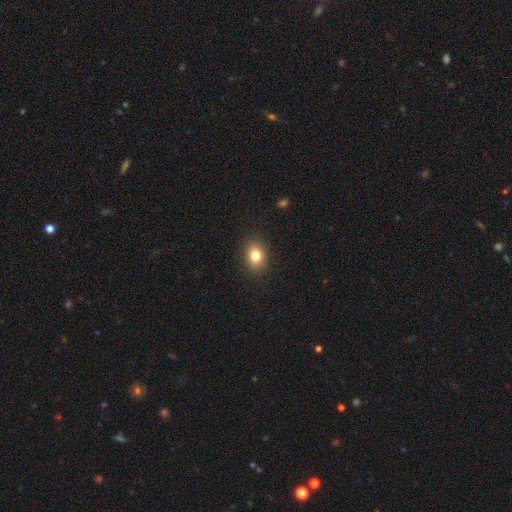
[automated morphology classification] Smooth or featured? smooth (81%)
How rounded? in between (55%)
Merging? none (89%)